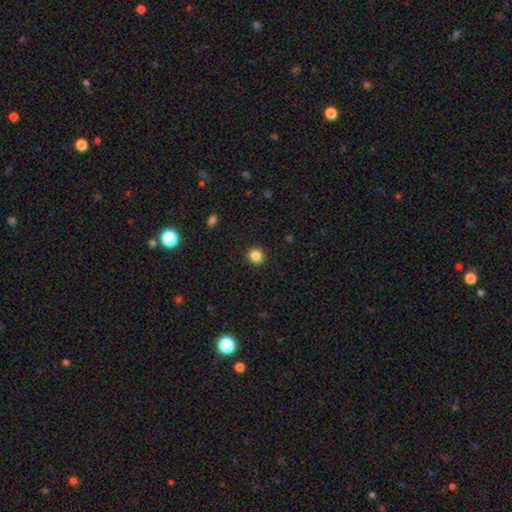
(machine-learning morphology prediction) Smooth or featured? Predicted: smooth (p=0.85). How rounded? Predicted: round (p=0.92). Merging? Predicted: none (p=0.92).